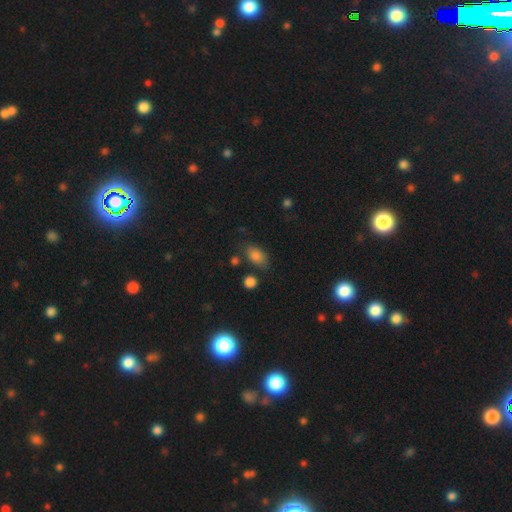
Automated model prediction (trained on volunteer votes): A smooth galaxy with no disk features (84%) that is in between round and cigar-shaped (88%). Merging: none (72%).